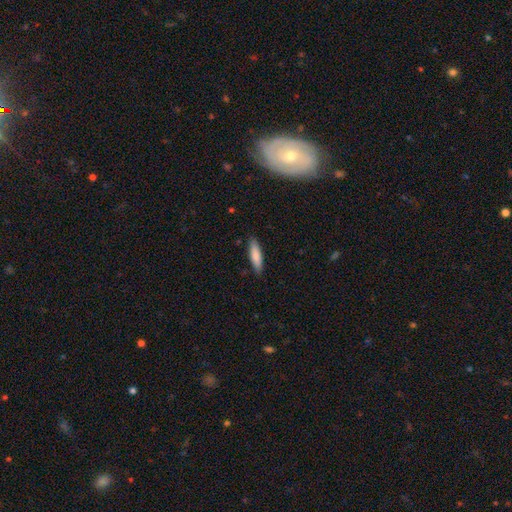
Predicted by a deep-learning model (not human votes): The model was most divided on "how rounded": cigar-shaped: 71%, in between: 28%, round: 1%. More confident: merging — none (87%); smooth or featured — smooth (83%).